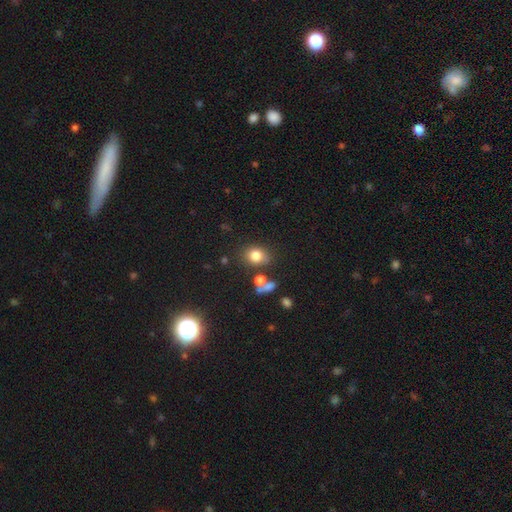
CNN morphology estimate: smooth-or-featured: smooth: 78% | star or artifact: 13% | featured or disk: 9%
  how-rounded: round: 57% | in between: 42% | cigar-shaped: 1%
  merging: none: 69% | minor disturbance: 14% | merger: 11% | major disturbance: 5%